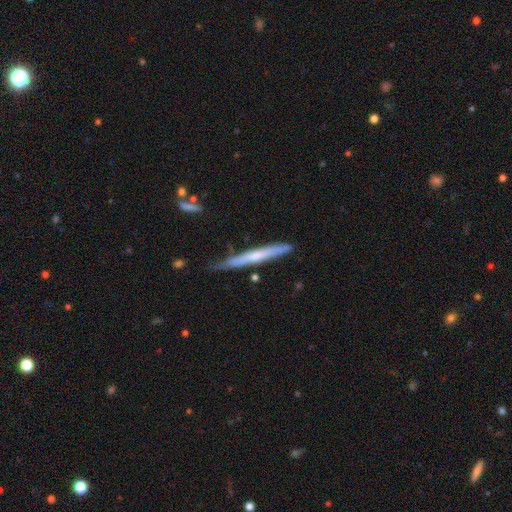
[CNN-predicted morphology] This appears to be a featured or disk galaxy (51%) viewed edge-on (92%). Merging: none (70%).